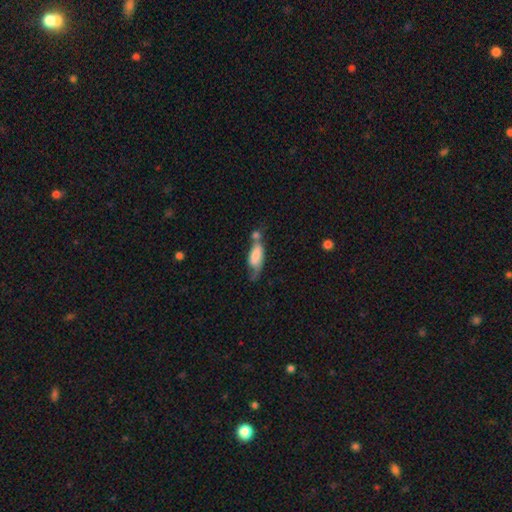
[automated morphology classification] smooth_or_featured: smooth (p=0.70) [alt: featured or disk p=0.23]
how_rounded: in between (p=0.76) [alt: cigar-shaped p=0.21]
merging: merger (p=0.40) [alt: none p=0.23]